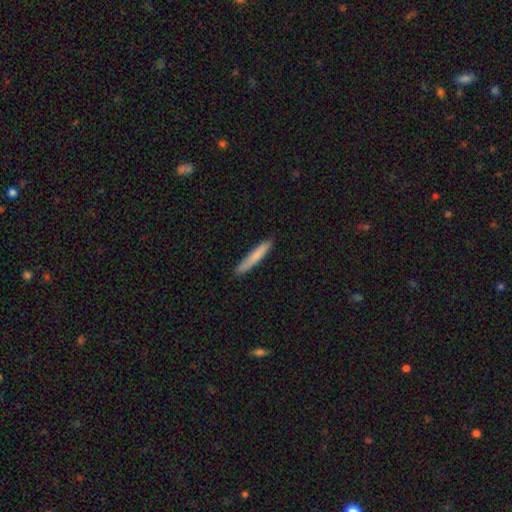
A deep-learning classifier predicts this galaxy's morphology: Q: Smooth or featured?
A: smooth (78%); runner-up: featured or disk (16%)
Q: How rounded?
A: cigar-shaped (95%); runner-up: in between (4%)
Q: Merging?
A: none (89%); runner-up: minor disturbance (9%)